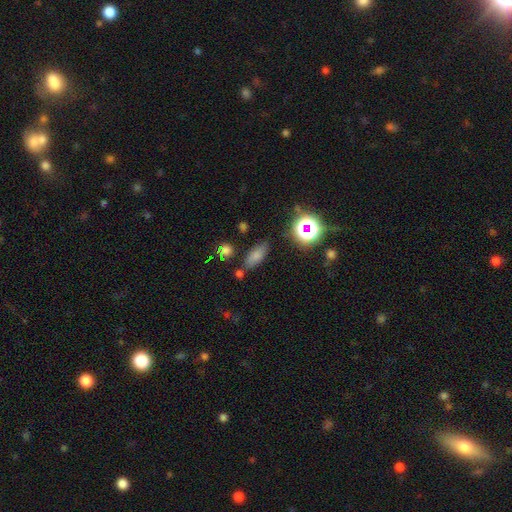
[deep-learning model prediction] Smooth or featured? Predicted: smooth (p=0.71). How rounded? Predicted: in between (p=0.70). Merging? Predicted: none (p=0.73).